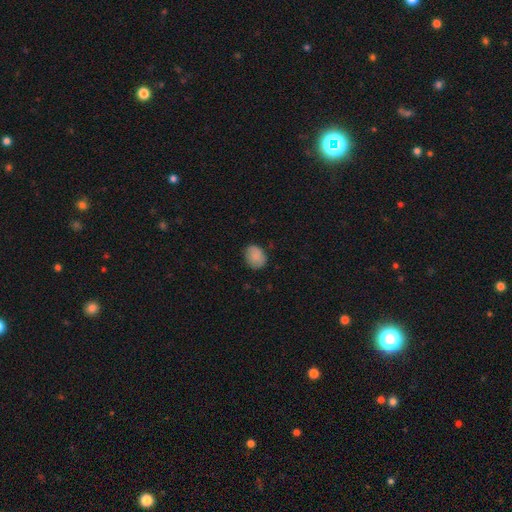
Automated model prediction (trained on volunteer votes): smooth_or_featured: smooth (p=0.86) [alt: star or artifact p=0.08]
how_rounded: in between (p=0.52) [alt: round p=0.48]
merging: none (p=0.78) [alt: minor disturbance p=0.18]